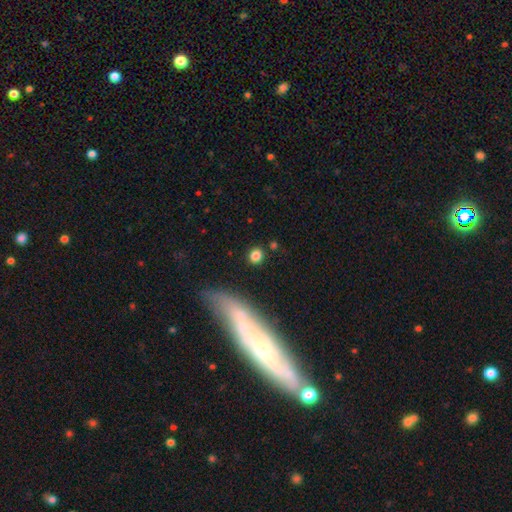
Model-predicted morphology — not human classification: smooth_or_featured: smooth (p=0.82) [alt: star or artifact p=0.11]
how_rounded: round (p=0.75) [alt: in between p=0.23]
merging: none (p=0.86) [alt: minor disturbance p=0.08]